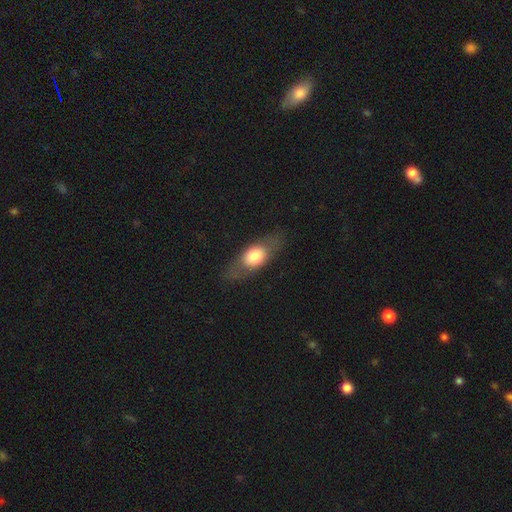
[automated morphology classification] This is likely a smooth galaxy (62%). How rounded: likely in between (70%). Merging: likely none (79%).